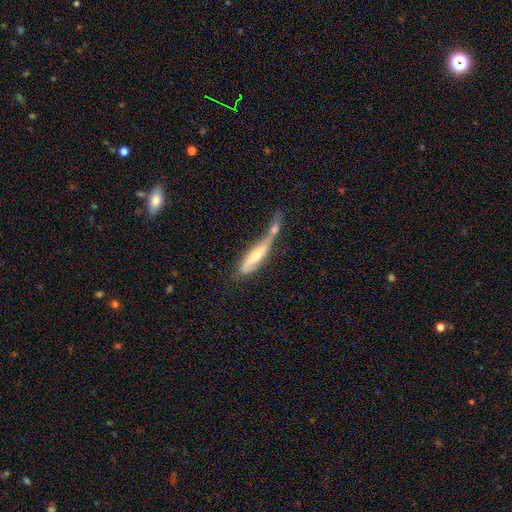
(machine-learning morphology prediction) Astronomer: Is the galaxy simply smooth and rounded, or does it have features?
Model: featured or disk — 50% (runner-up: smooth, 43%).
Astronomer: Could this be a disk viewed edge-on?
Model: no — 54% (runner-up: yes, 46%).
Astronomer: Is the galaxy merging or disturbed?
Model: merger — 62%.